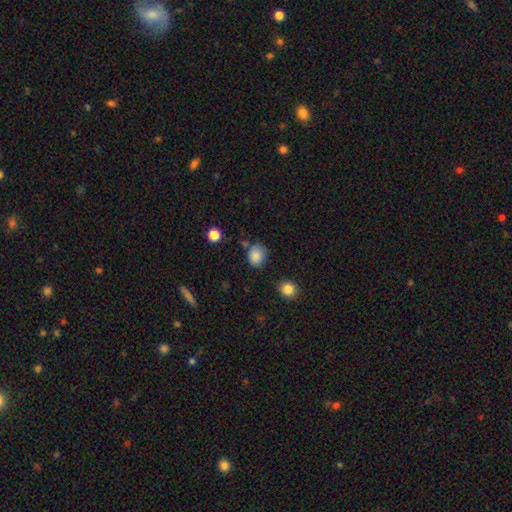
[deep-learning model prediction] smooth 86%, star or artifact 10%, featured or disk 4%. Down the decision tree: how rounded — round (66%); merging — none (72%).